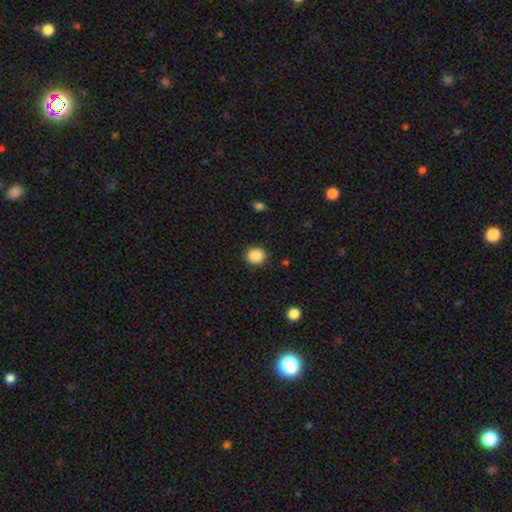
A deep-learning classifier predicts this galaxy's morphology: This is clearly a smooth galaxy (88%). How rounded: clearly round (80%). Merging: clearly none (91%).